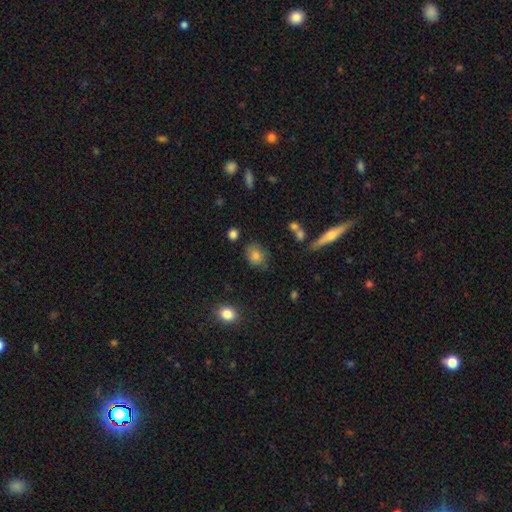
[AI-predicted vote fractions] Smooth or featured? smooth (80%)
How rounded? round (52%)
Merging? none (75%)